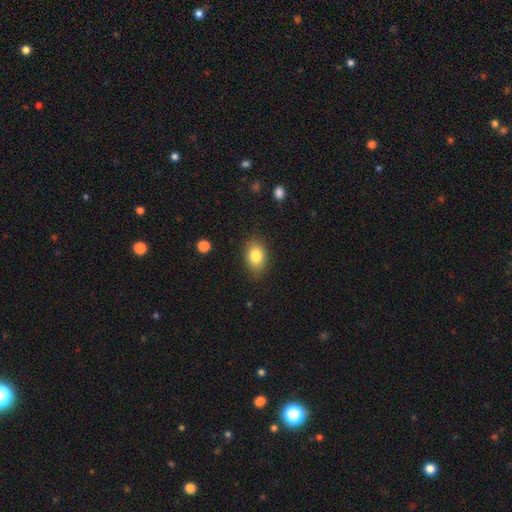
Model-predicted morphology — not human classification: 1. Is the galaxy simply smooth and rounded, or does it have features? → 83% smooth, 9% featured or disk, 8% star or artifact.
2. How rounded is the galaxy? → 80% in between, 19% round, 1% cigar-shaped.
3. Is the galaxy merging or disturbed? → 84% none, 12% minor disturbance, 3% major disturbance, 1% merger.